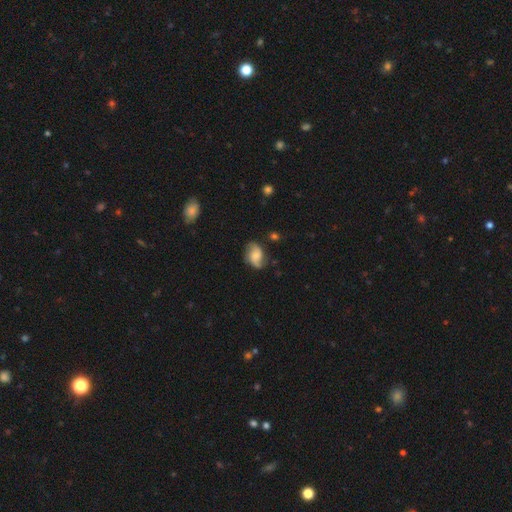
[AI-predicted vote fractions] The model was most divided on "bulge size": moderate: 34%, small: 33%, none: 19%, large: 11%, dominant: 3%. More confident: edge-on disk — no (97%); spiral arms — yes (91%); spiral arm count — 2 (85%); merging — none (67%); bar — no (60%); smooth or featured — featured or disk (57%); spiral winding — loose (53%).